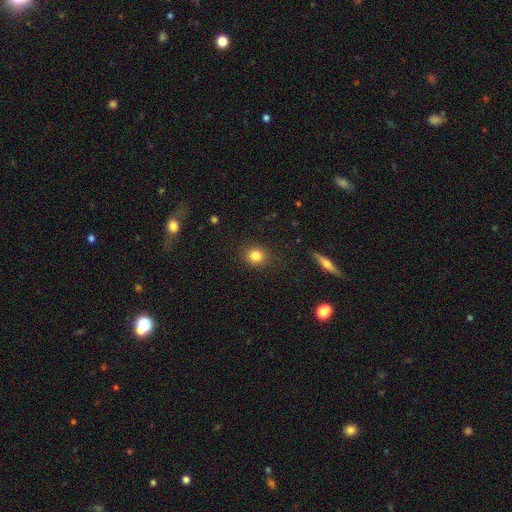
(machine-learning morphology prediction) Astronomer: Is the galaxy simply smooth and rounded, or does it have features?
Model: smooth — 83%.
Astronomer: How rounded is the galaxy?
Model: round — 81%.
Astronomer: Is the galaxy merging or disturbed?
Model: none — 88%.